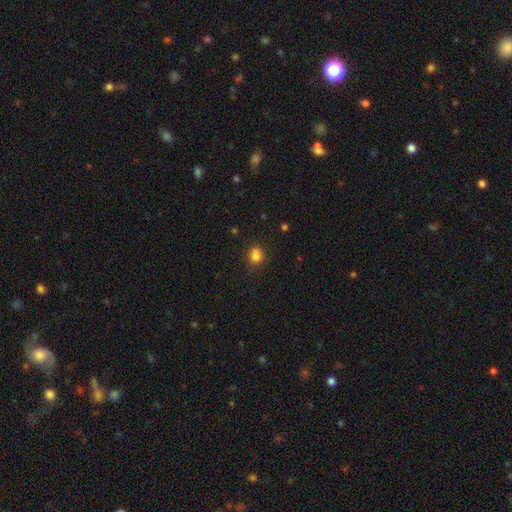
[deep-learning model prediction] Smooth or featured?
  - smooth: 82% *
  - star or artifact: 12%
  - featured or disk: 6%
How rounded?
  - round: 70% *
  - in between: 29%
  - cigar-shaped: 1%
Merging?
  - none: 71% *
  - minor disturbance: 20%
  - major disturbance: 5%
  - merger: 4%